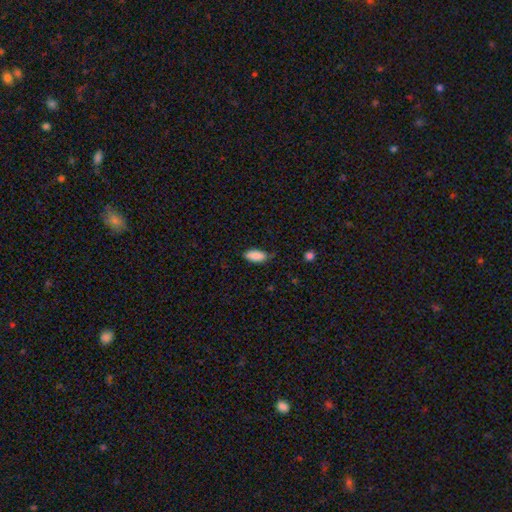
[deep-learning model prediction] A smooth galaxy with no disk features (88%) that is in between round and cigar-shaped (90%). Merging: none (70%).